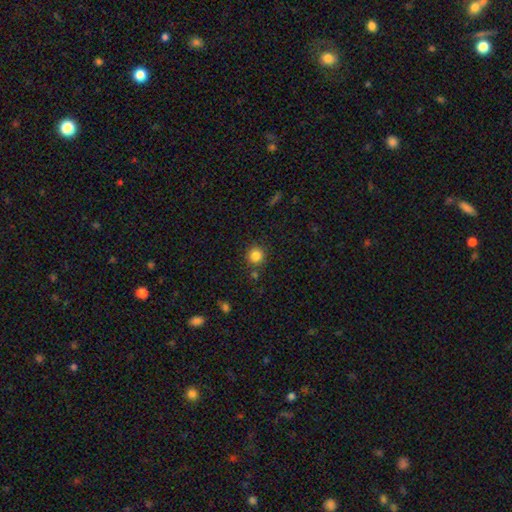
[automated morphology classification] smooth_or_featured: smooth (p=0.84) [alt: star or artifact p=0.11]
how_rounded: round (p=0.94) [alt: in between p=0.06]
merging: none (p=0.84) [alt: minor disturbance p=0.08]